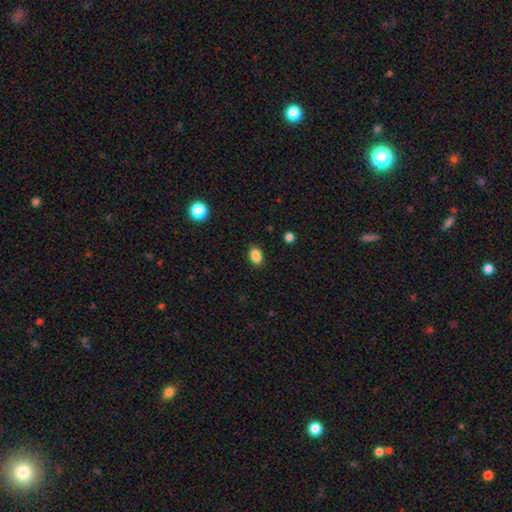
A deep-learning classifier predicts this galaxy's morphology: Q: Smooth or featured?
A: smooth (86%); runner-up: star or artifact (10%)
Q: How rounded?
A: in between (78%); runner-up: round (21%)
Q: Merging?
A: none (88%); runner-up: minor disturbance (8%)